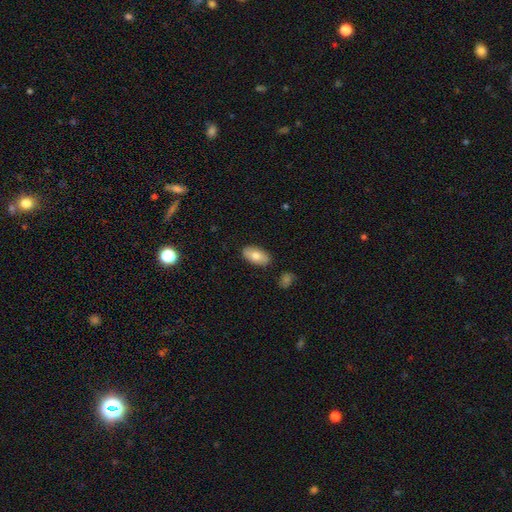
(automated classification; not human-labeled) Smooth or featured?
  - smooth: 75% *
  - featured or disk: 19%
  - star or artifact: 6%
How rounded?
  - in between: 94% *
  - round: 4%
  - cigar-shaped: 3%
Merging?
  - none: 86% *
  - minor disturbance: 10%
  - major disturbance: 2%
  - merger: 2%